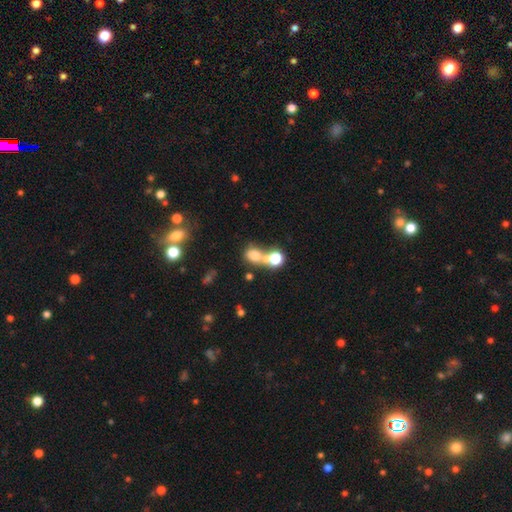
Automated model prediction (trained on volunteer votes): Q: Smooth or featured?
A: smooth (67%); runner-up: star or artifact (17%)
Q: How rounded?
A: round (60%); runner-up: in between (38%)
Q: Merging?
A: merger (53%); runner-up: none (31%)